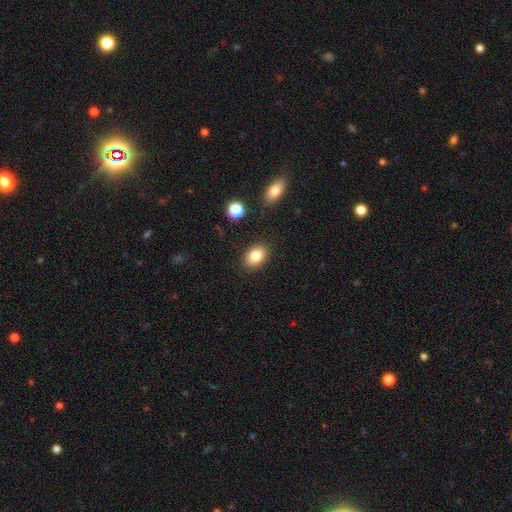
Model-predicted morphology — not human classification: type=smooth (83%); roundness=in between (83%); merging=none (86%).